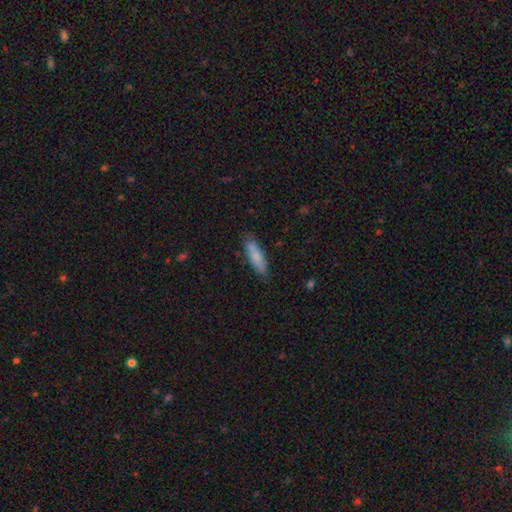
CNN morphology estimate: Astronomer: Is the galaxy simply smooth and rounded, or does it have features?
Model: smooth — 81%.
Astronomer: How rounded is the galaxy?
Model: cigar-shaped — 64%.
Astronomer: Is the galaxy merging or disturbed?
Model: none — 82%.